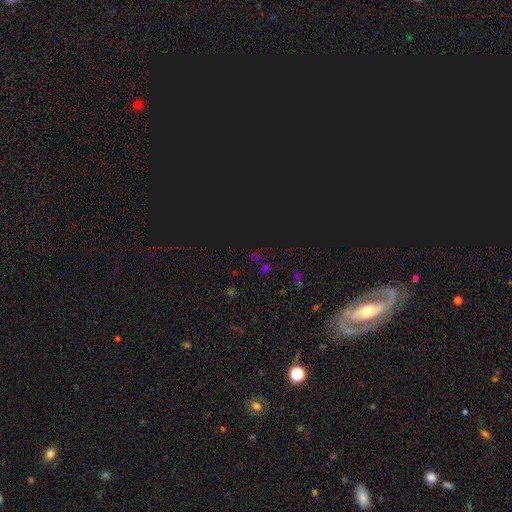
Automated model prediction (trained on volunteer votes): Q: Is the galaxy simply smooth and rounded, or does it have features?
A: star or artifact — 71%.